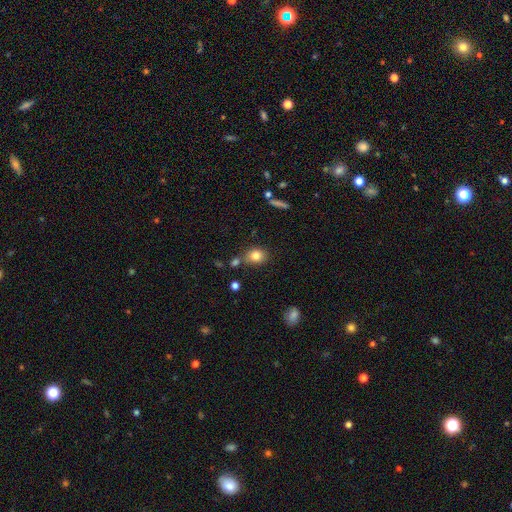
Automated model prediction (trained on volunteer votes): This is clearly a smooth galaxy (82%). How rounded: possibly round (60%). Merging: likely none (68%).